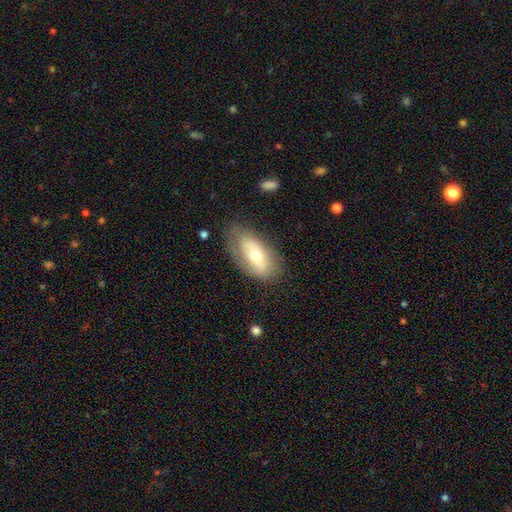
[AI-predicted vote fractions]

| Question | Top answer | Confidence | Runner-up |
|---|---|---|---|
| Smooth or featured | smooth | 51% | featured or disk (42%) |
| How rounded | in between | 90% | round (5%) |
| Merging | none | 65% | minor disturbance (24%) |